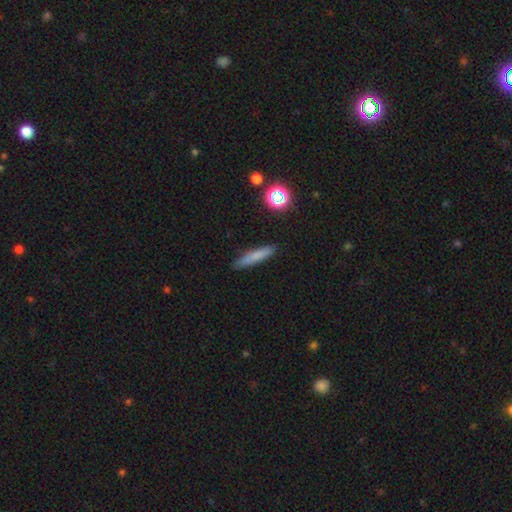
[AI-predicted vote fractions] smooth_or_featured: smooth (p=0.73) [alt: featured or disk p=0.18]
how_rounded: cigar-shaped (p=0.89) [alt: in between p=0.08]
merging: none (p=0.88) [alt: minor disturbance p=0.09]